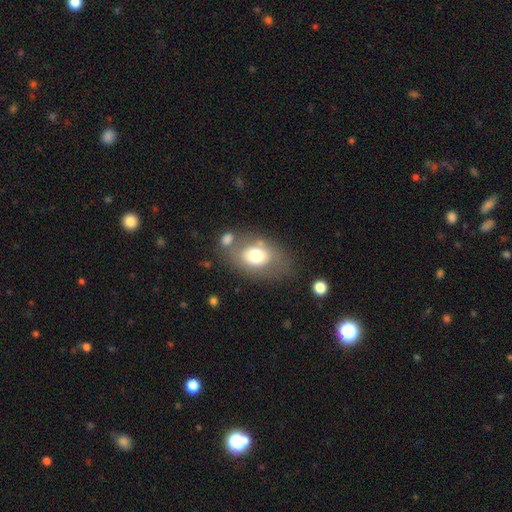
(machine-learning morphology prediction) type=smooth (66%); roundness=in between (76%); merging=none (57%).